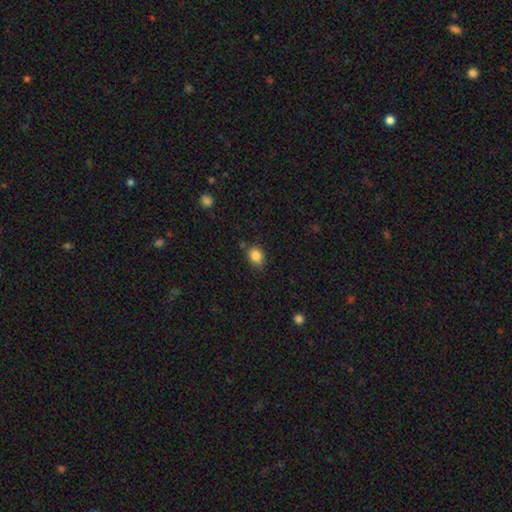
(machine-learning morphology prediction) A smooth galaxy with no disk features (85%) that is round (52%). Merging: none (78%).